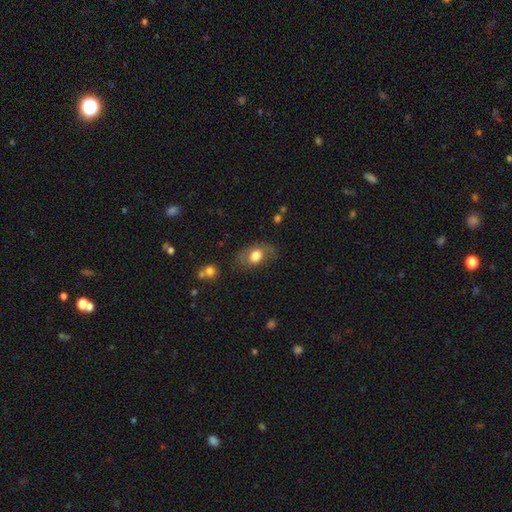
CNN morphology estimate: A smooth galaxy with no disk features (71%) that is in between round and cigar-shaped (79%).

Vote fractions:
- Smooth or featured? smooth: 71% / featured or disk: 21% / star or artifact: 8%
- How rounded? in between: 79% / round: 19% / cigar-shaped: 1%
- Merging? none: 65% / minor disturbance: 22% / major disturbance: 10% / merger: 2%